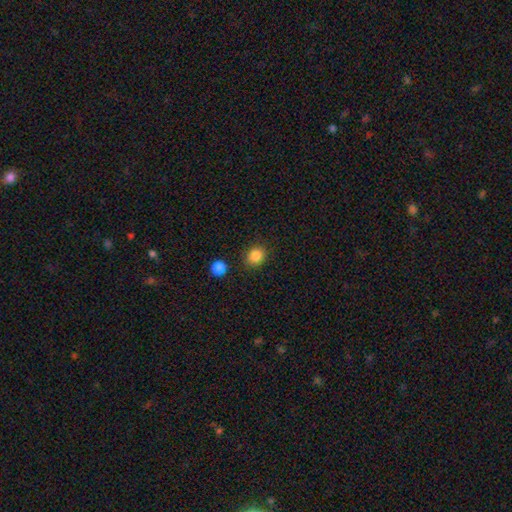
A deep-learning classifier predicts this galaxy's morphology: Smooth or featured? smooth (86%)
How rounded? round (77%)
Merging? none (86%)